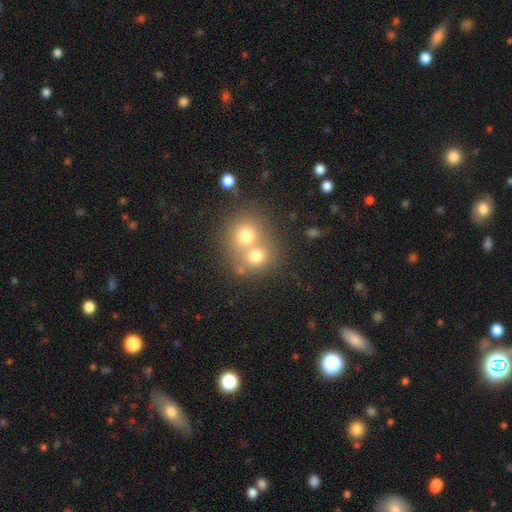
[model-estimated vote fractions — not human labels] smooth_or_featured: smooth (p=0.71) [alt: featured or disk p=0.16]
how_rounded: round (p=0.76) [alt: in between p=0.23]
merging: merger (p=0.60) [alt: none p=0.31]